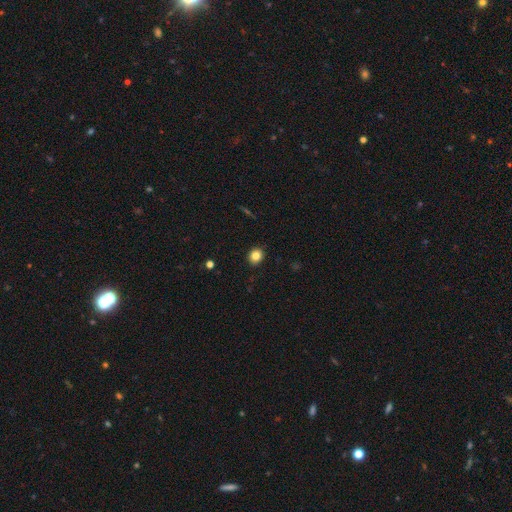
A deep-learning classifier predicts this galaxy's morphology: smooth 83%, star or artifact 11%, featured or disk 6%. Down the decision tree: how rounded — round (71%); merging — none (91%).